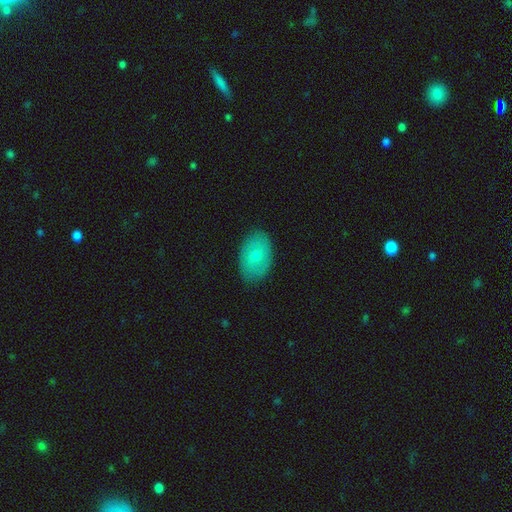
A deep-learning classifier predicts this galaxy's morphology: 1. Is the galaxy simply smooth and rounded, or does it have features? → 65% smooth, 28% featured or disk, 7% star or artifact.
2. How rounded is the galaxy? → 88% in between, 11% round, 1% cigar-shaped.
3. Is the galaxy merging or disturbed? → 84% none, 12% minor disturbance, 3% major disturbance, 1% merger.